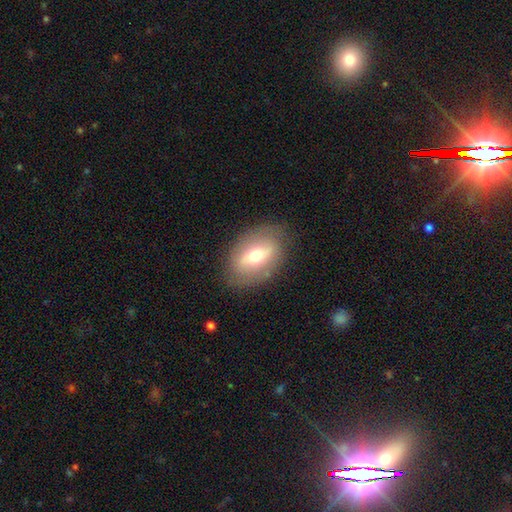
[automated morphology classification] A featured or disk galaxy (47%).

Vote fractions:
- Smooth or featured? featured or disk: 47% / smooth: 45% / star or artifact: 8%
- Merging? none: 81% / minor disturbance: 13% / major disturbance: 5% / merger: 1%